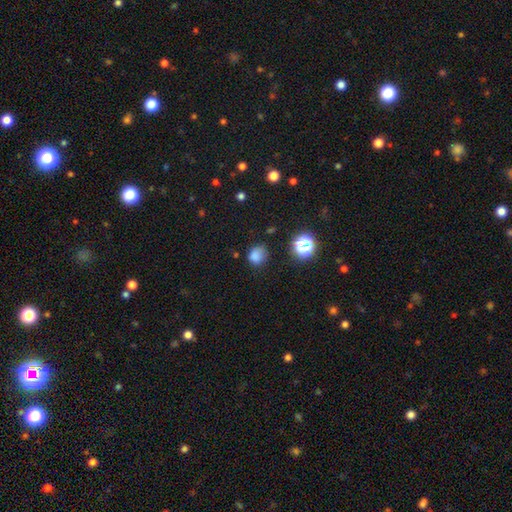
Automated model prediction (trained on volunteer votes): This appears to be a smooth galaxy with no disk features (77%) that is round (65%). Merging: none (58%).